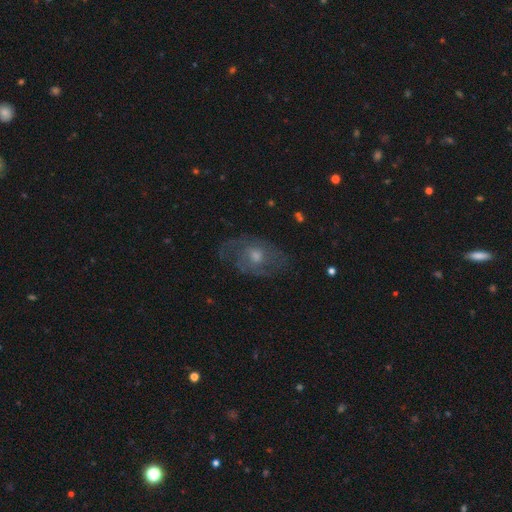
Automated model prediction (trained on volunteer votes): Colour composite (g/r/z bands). It shows a featured or disk galaxy (63%) with no bar (78%), spiral arms (69%) and a moderate central bulge (62%). Merging: none (68%).